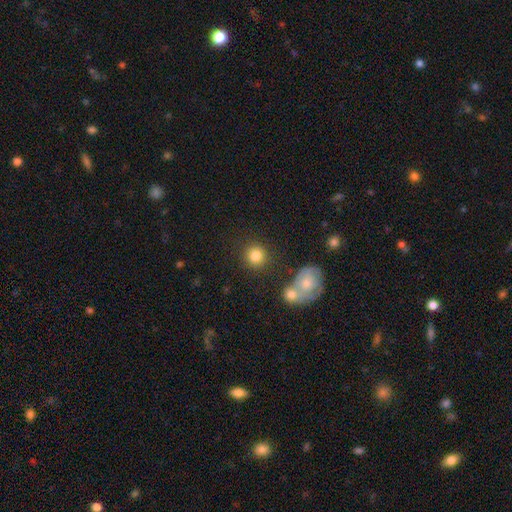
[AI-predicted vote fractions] A smooth galaxy with no disk features (83%) that is round (90%). Merging: none (81%).